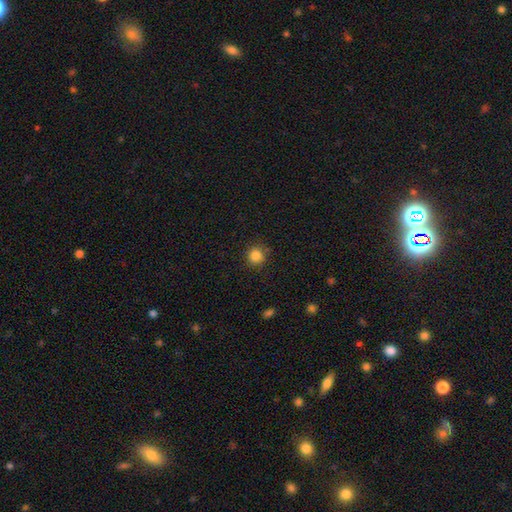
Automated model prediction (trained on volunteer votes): Q: Smooth or featured?
A: smooth (84%); runner-up: star or artifact (12%)
Q: How rounded?
A: round (92%); runner-up: in between (7%)
Q: Merging?
A: none (85%); runner-up: minor disturbance (10%)